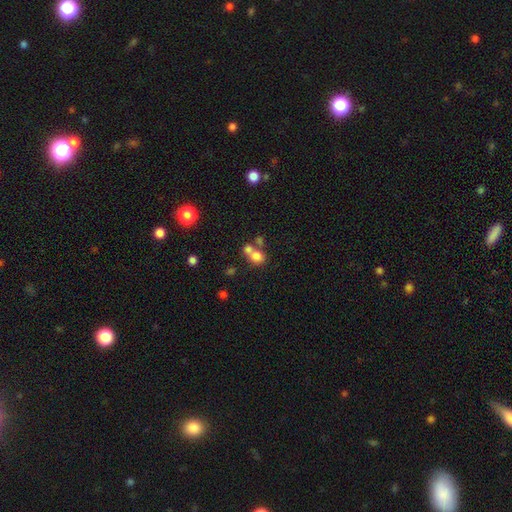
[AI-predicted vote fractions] This appears to be a smooth galaxy with no disk features (72%) that is round (70%). Merging: merger (51%).